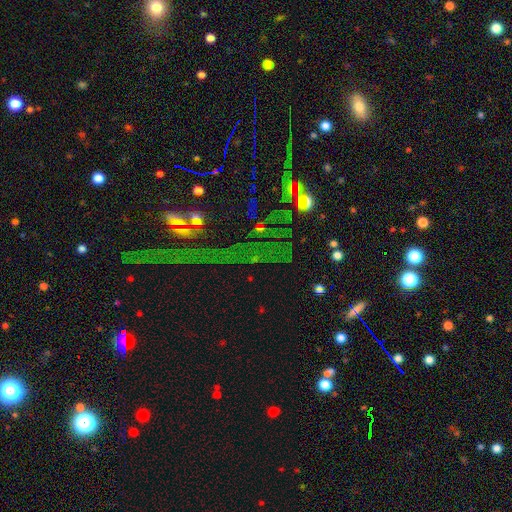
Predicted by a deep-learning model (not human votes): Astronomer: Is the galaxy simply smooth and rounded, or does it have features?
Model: star or artifact — 72%.